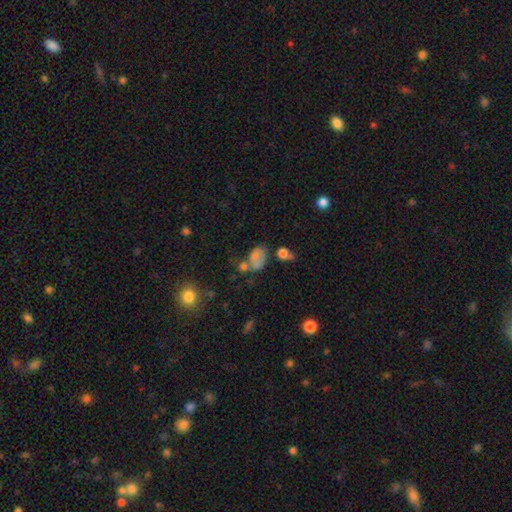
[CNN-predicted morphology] A smooth galaxy with no disk features (64%) that is in between round and cigar-shaped (72%). Merging: merger (33%, tied with none).